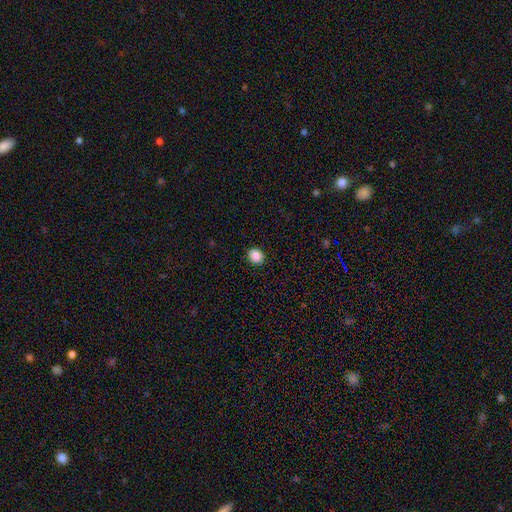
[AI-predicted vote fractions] smooth 88%, star or artifact 9%, featured or disk 3%. Down the decision tree: how rounded — round (64%); merging — none (90%).